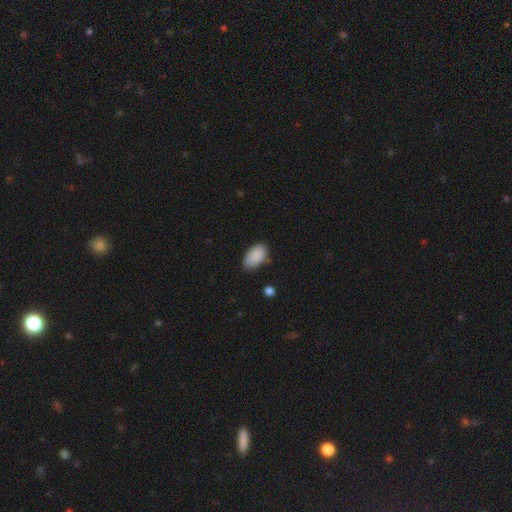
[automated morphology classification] Smooth or featured? Predicted: smooth (p=0.88). How rounded? Predicted: in between (p=0.93). Merging? Predicted: none (p=0.71).